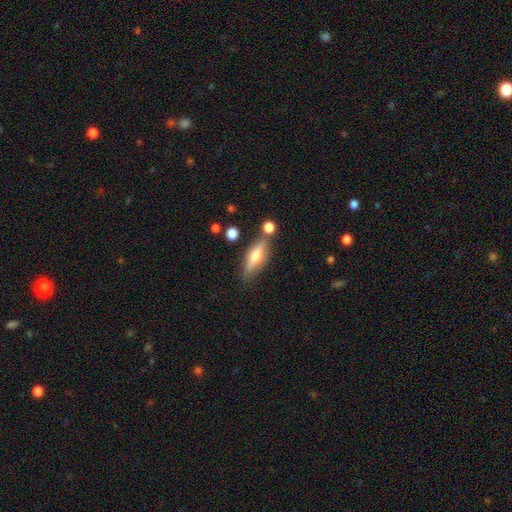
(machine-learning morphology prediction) Smooth or featured? Predicted: featured or disk (p=0.47). Merging? Predicted: none (p=0.73).